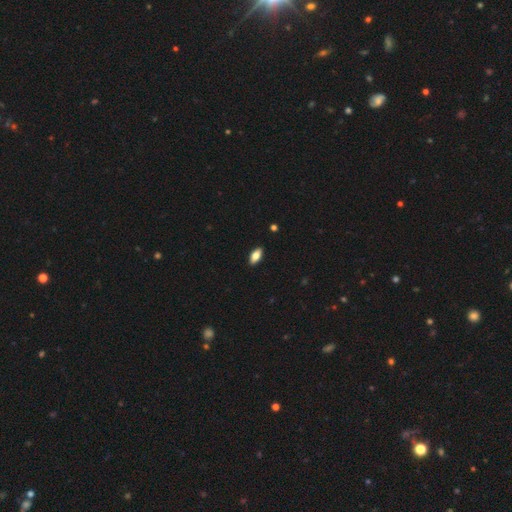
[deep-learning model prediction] smooth_or_featured: smooth (p=0.79) [alt: featured or disk p=0.14]
how_rounded: in between (p=0.88) [alt: cigar-shaped p=0.09]
merging: none (p=0.90) [alt: minor disturbance p=0.08]